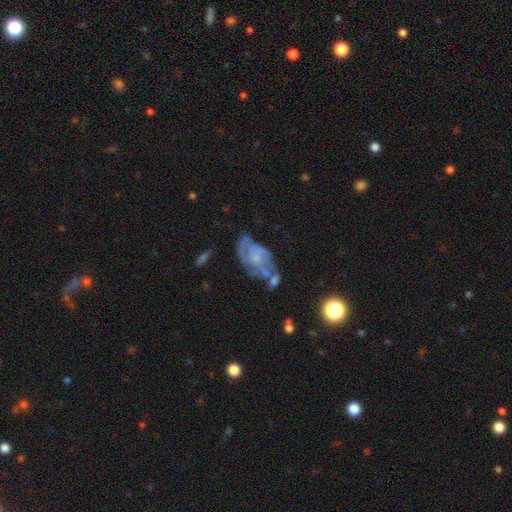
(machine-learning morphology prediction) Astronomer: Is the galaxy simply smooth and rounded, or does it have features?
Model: featured or disk — 69%.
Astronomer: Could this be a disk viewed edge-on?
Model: no — 95%.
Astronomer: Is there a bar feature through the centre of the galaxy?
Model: no — 72%.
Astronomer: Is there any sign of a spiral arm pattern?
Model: yes — 69%.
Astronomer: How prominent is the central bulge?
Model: small — 61%.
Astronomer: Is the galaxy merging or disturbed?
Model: none — 35% (runner-up: minor disturbance, 26%).